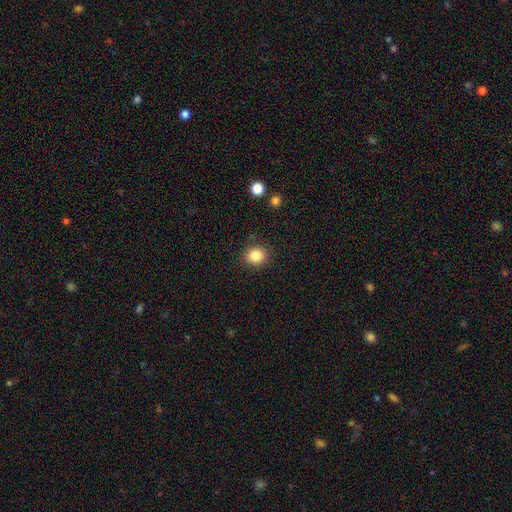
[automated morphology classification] Smooth or featured? Predicted: smooth (p=0.85). How rounded? Predicted: round (p=0.71). Merging? Predicted: none (p=0.88).